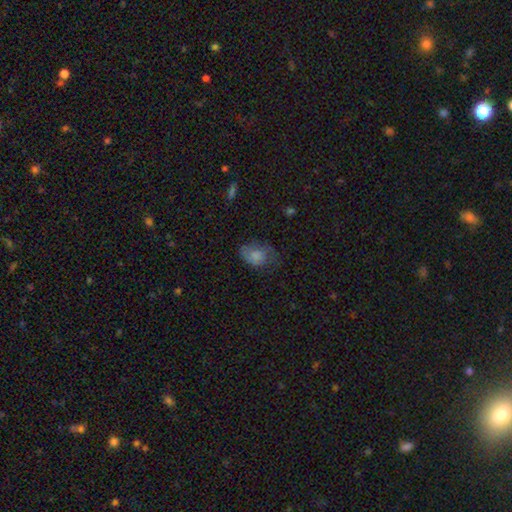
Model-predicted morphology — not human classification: Smooth or featured: smooth — 71% (featured or disk — 19%)
How rounded: in between — 78% (round — 21%)
Merging: none — 45% (minor disturbance — 32%)